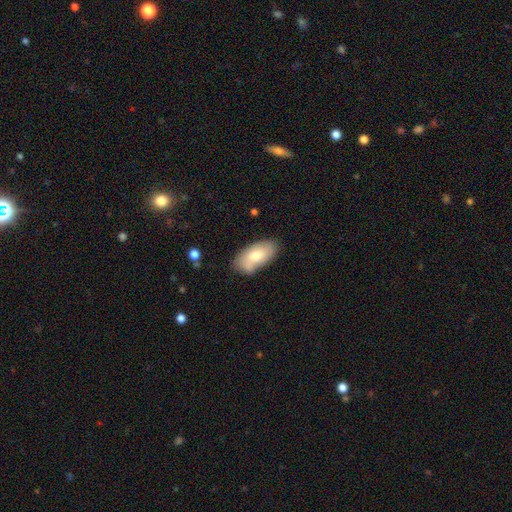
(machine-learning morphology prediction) This is likely a smooth galaxy (70%). How rounded: clearly in between (93%). Merging: likely none (70%).